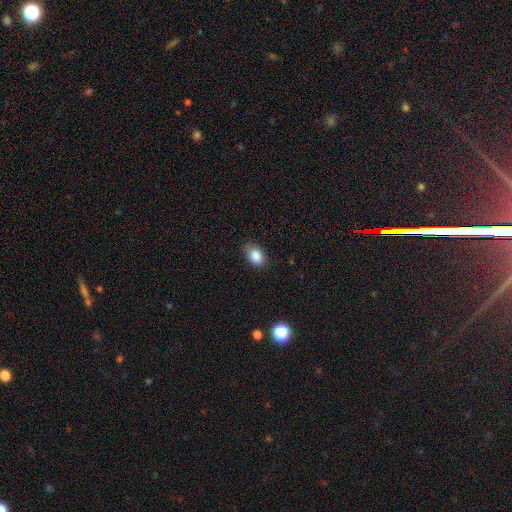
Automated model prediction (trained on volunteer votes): Smooth or featured? smooth (86%)
How rounded? in between (85%)
Merging? none (80%)